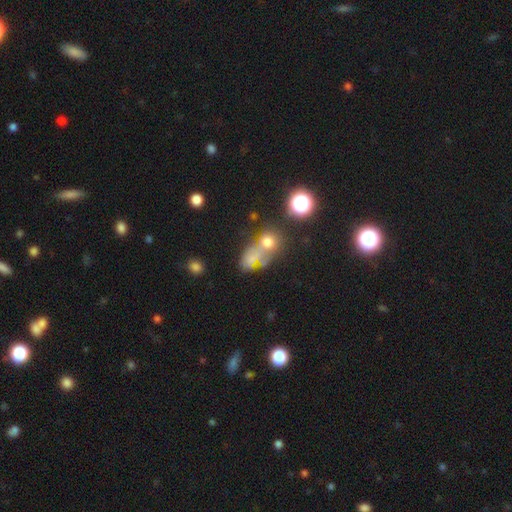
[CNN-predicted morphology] smooth 53%, star or artifact 28%, featured or disk 20%. Down the decision tree: how rounded — in between (53%); merging — merger (42%).